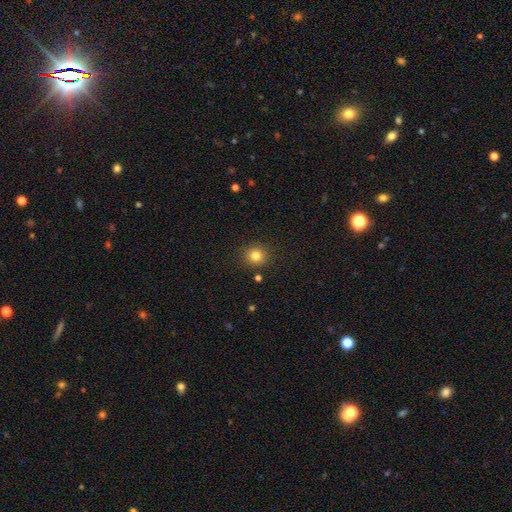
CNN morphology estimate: Q: Smooth or featured?
A: smooth (82%); runner-up: star or artifact (12%)
Q: How rounded?
A: round (89%); runner-up: in between (10%)
Q: Merging?
A: none (88%); runner-up: minor disturbance (7%)